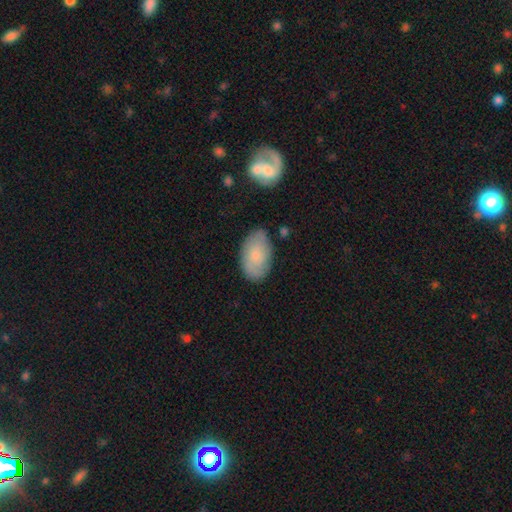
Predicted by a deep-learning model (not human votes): Smooth or featured? Predicted: smooth (p=0.65). How rounded? Predicted: in between (p=0.93). Merging? Predicted: none (p=0.75).